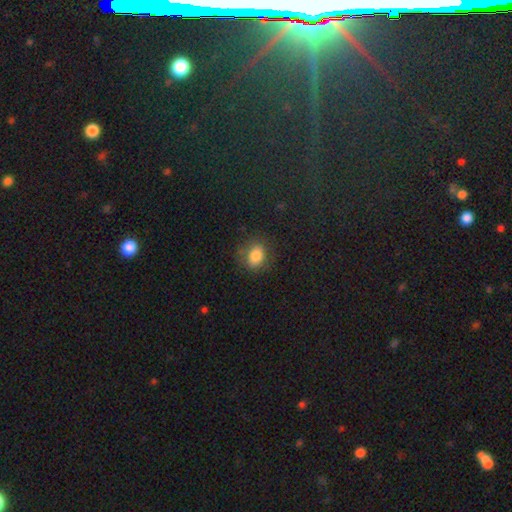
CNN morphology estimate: type=smooth (81%); roundness=in between (60%); merging=none (77%).